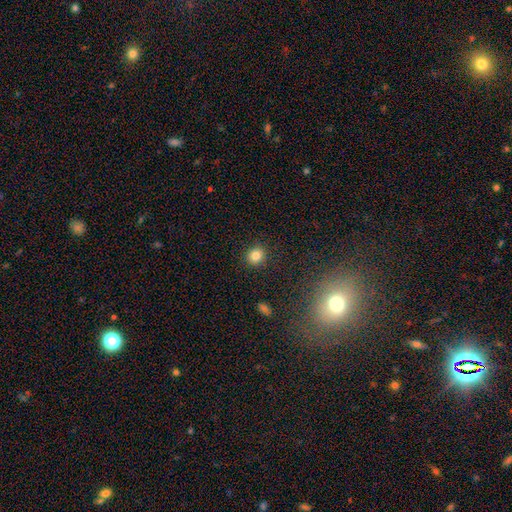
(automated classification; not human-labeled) Smooth or featured?
  - smooth: 82% *
  - star or artifact: 12%
  - featured or disk: 5%
How rounded?
  - round: 86% *
  - in between: 13%
  - cigar-shaped: 1%
Merging?
  - none: 90% *
  - minor disturbance: 6%
  - major disturbance: 2%
  - merger: 1%